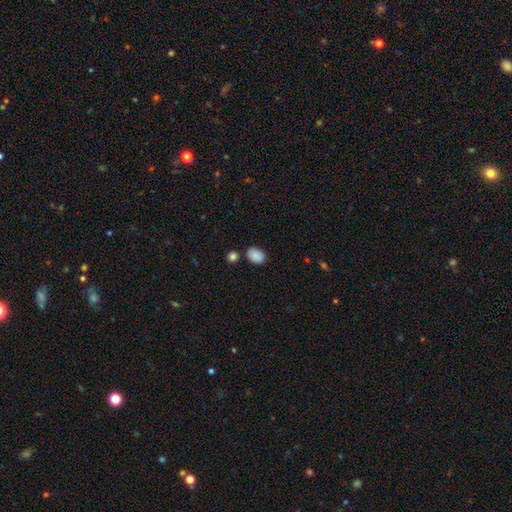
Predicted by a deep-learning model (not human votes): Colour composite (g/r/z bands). It shows a smooth galaxy with no disk features (88%) that is in between round and cigar-shaped (79%). Merging: none (76%).